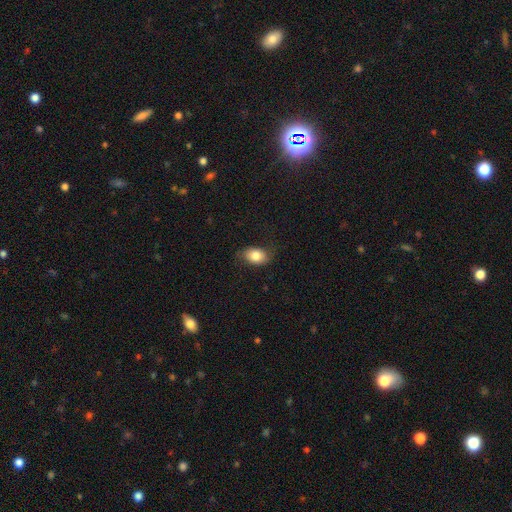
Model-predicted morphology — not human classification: Smooth or featured? Predicted: smooth (p=0.81). How rounded? Predicted: in between (p=0.82). Merging? Predicted: none (p=0.72).